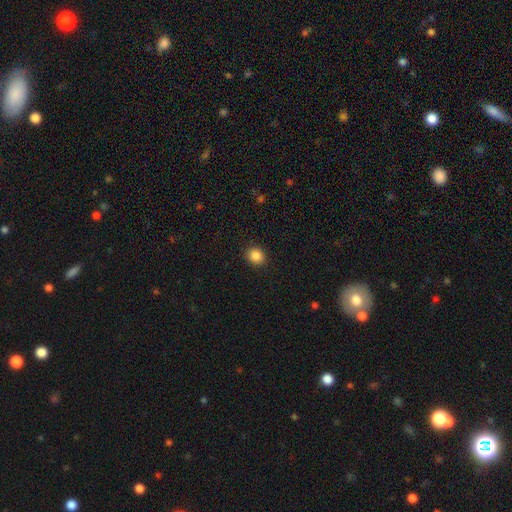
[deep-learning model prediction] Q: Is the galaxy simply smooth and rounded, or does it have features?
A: smooth — 87%.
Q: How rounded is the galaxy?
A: round — 75%.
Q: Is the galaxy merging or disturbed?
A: none — 91%.